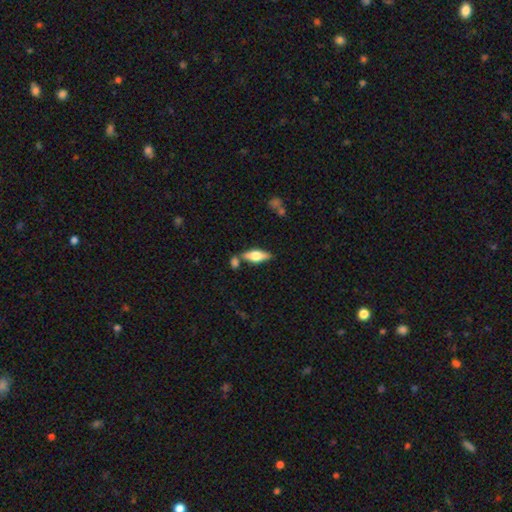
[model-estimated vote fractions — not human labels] Smooth or featured? Predicted: smooth (p=0.48). Merging? Predicted: none (p=0.71).